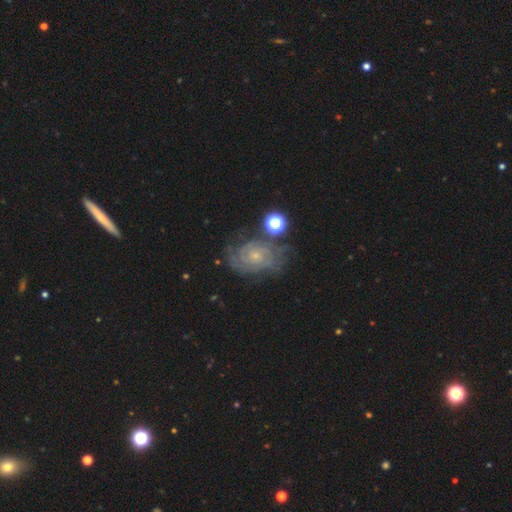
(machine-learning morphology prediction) This is likely a featured or disk galaxy (78%). It is clearly not viewed edge-on (97%). Bar: likely no (77%). Spiral arm pattern: clearly yes (92%). Spiral arm count: marginally can't tell (44%). Spiral winding: likely tight (68%). Central bulge: likely small (76%). Merging: likely none (63%).